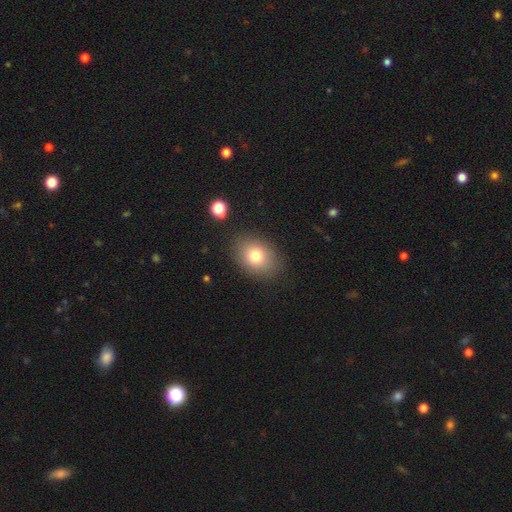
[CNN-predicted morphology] Q: Smooth or featured?
A: smooth (78%); runner-up: featured or disk (11%)
Q: How rounded?
A: in between (66%); runner-up: round (33%)
Q: Merging?
A: none (85%); runner-up: minor disturbance (10%)